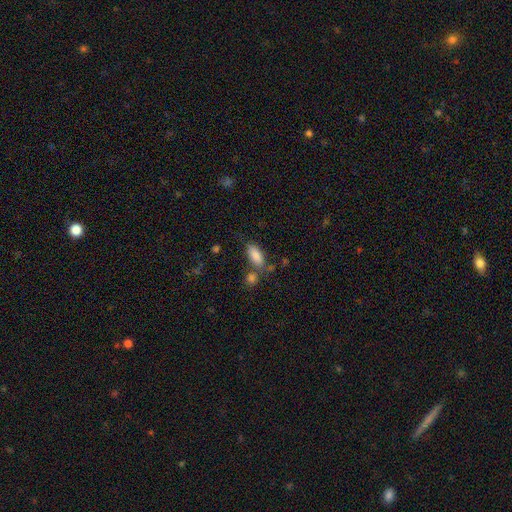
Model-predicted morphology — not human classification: This appears to be a smooth galaxy with no disk features (85%) that is in between round and cigar-shaped (84%). Merging: none (60%).